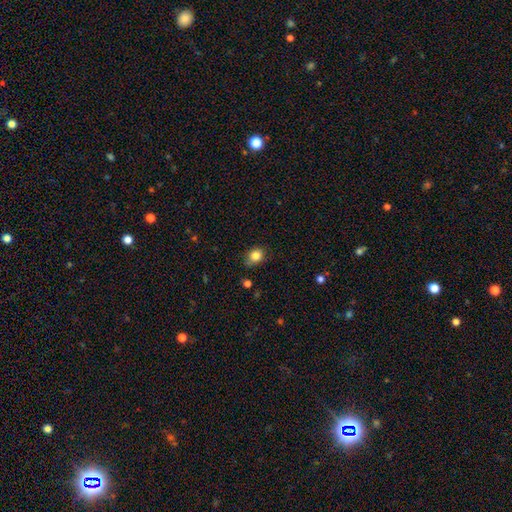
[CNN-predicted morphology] Smooth or featured?
  - smooth: 84% *
  - star or artifact: 10%
  - featured or disk: 6%
How rounded?
  - round: 57% *
  - in between: 42%
  - cigar-shaped: 1%
Merging?
  - none: 76% *
  - minor disturbance: 19%
  - major disturbance: 4%
  - merger: 2%